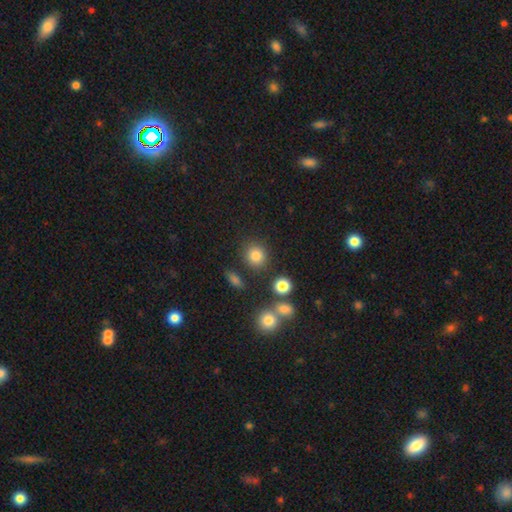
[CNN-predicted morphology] smooth-or-featured: smooth: 81% | star or artifact: 13% | featured or disk: 6%
  how-rounded: round: 84% | in between: 15% | cigar-shaped: 1%
  merging: none: 82% | minor disturbance: 9% | merger: 6% | major disturbance: 4%